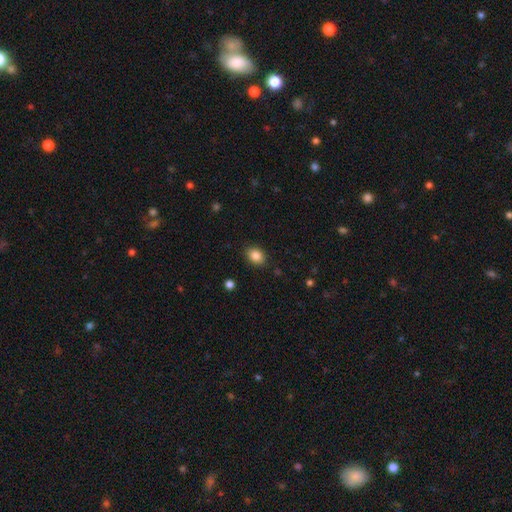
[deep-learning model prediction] Morphology: type=smooth (86%); roundness=in between (68%); merging=none (87%).